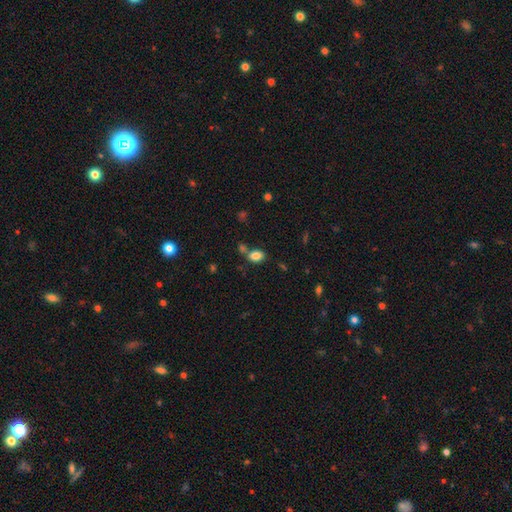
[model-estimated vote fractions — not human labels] The model was most divided on "merging": none: 59%, merger: 23%, minor disturbance: 13%, major disturbance: 5%. More confident: how rounded — in between (85%); smooth or featured — smooth (84%).